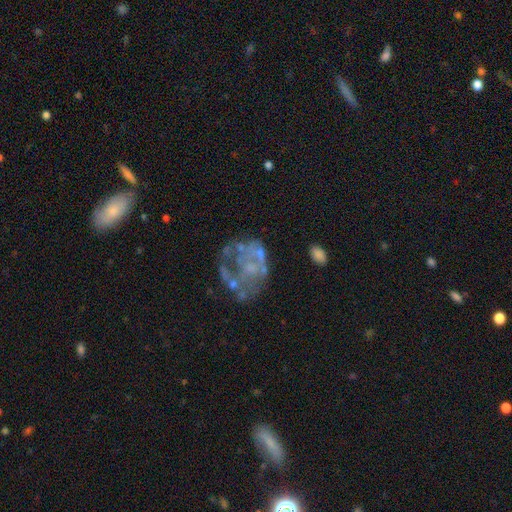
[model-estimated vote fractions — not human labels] Overall: featured or disk (70%). Edge-on disk: no (98%). Bar: no (91%). Spiral arms: no (86%). Bulge size: none (68%). Merging: none (39%; major disturbance 32%).